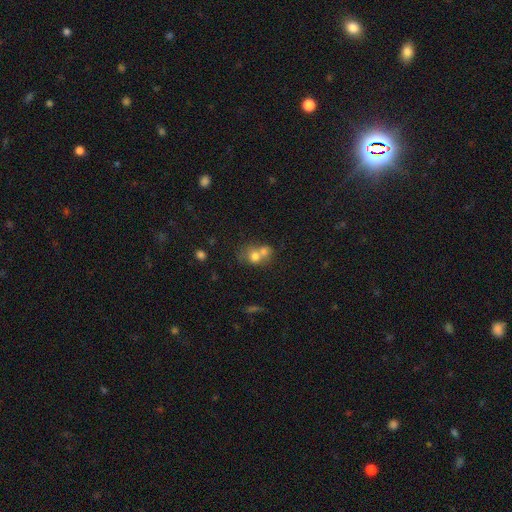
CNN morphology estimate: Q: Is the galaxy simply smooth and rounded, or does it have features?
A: smooth — 70%.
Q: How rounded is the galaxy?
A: round — 65%.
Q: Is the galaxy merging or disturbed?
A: merger — 66%.